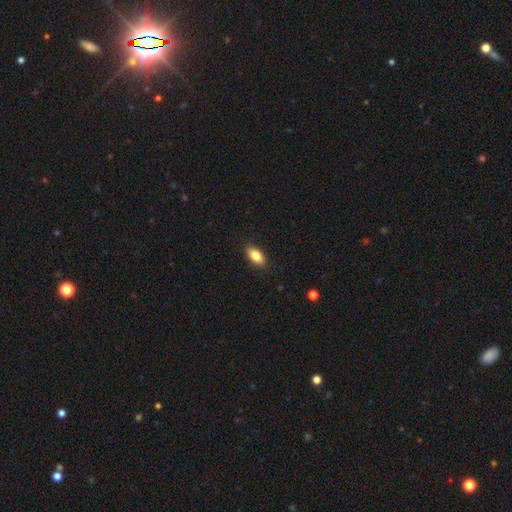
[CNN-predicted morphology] Smooth or featured? Predicted: smooth (p=0.84). How rounded? Predicted: in between (p=0.90). Merging? Predicted: none (p=0.89).